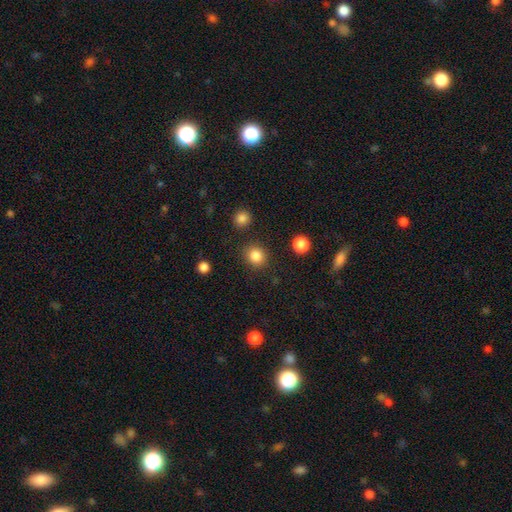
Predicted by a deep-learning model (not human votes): The model was most divided on "smooth or featured": smooth: 84%, star or artifact: 12%, featured or disk: 4%. More confident: how rounded — round (88%); merging — none (87%).